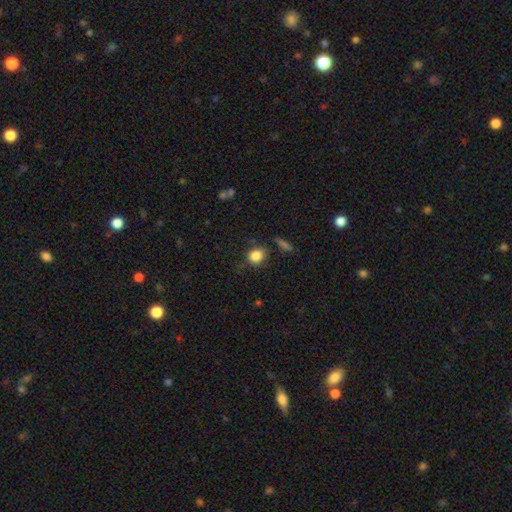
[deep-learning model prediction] Smooth or featured? smooth (84%)
How rounded? round (63%)
Merging? none (75%)